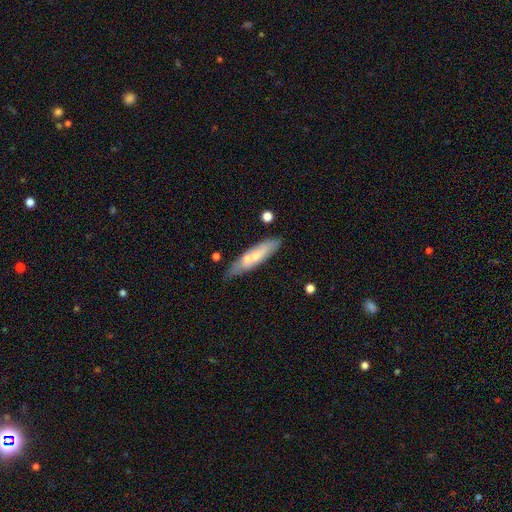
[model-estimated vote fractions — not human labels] This is possibly a smooth galaxy (56%). How rounded: likely cigar-shaped (74%). Merging: likely none (68%).